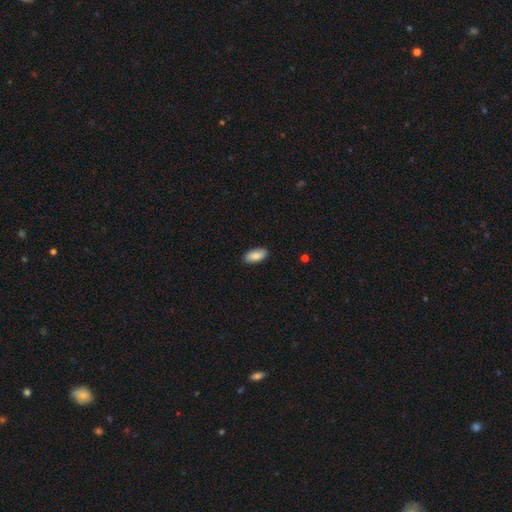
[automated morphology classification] type=smooth (86%); roundness=in between (92%); merging=none (88%).